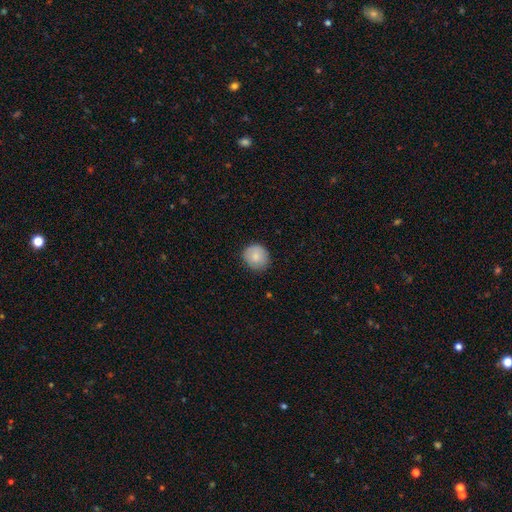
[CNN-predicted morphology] The model was most divided on "merging": none: 83%, minor disturbance: 14%, major disturbance: 3%, merger: 1%. More confident: how rounded — round (87%); smooth or featured — smooth (83%).